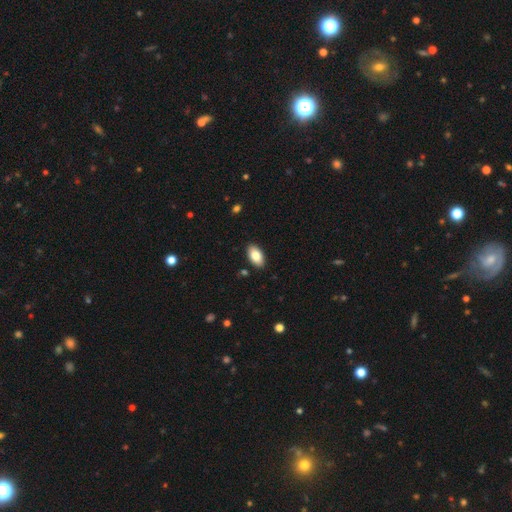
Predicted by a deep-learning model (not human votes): smooth 83%, featured or disk 10%, star or artifact 7%. Down the decision tree: how rounded — in between (94%); merging — none (89%).